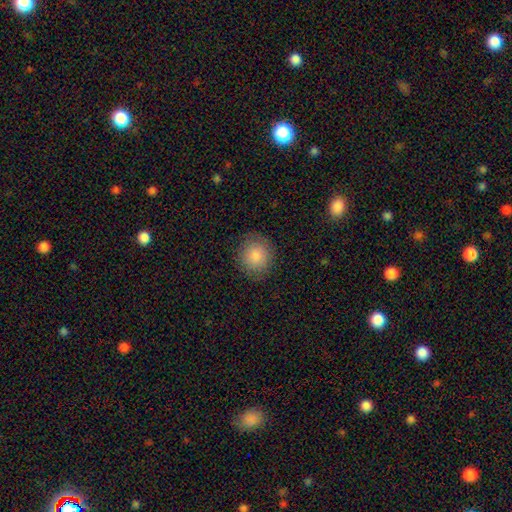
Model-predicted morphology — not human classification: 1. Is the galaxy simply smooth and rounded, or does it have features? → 84% smooth, 9% star or artifact, 8% featured or disk.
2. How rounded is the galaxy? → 83% round, 16% in between, 1% cigar-shaped.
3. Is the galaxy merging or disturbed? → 86% none, 11% minor disturbance, 3% major disturbance, 1% merger.